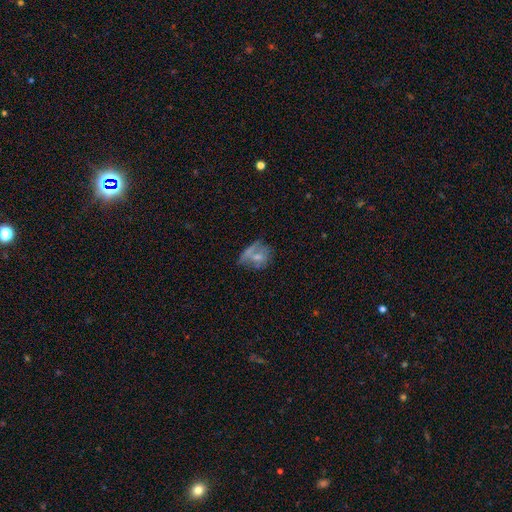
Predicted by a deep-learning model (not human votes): Morphology: type=smooth (53%); roundness=round (50%); merging=none (41%).